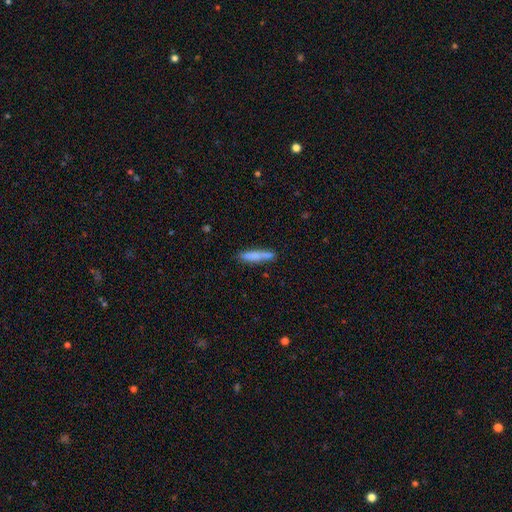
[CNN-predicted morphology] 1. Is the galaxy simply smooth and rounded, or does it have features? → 74% smooth, 19% featured or disk, 6% star or artifact.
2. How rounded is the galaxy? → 91% cigar-shaped, 8% in between, 1% round.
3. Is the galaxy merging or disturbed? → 82% none, 13% minor disturbance, 3% merger, 2% major disturbance.